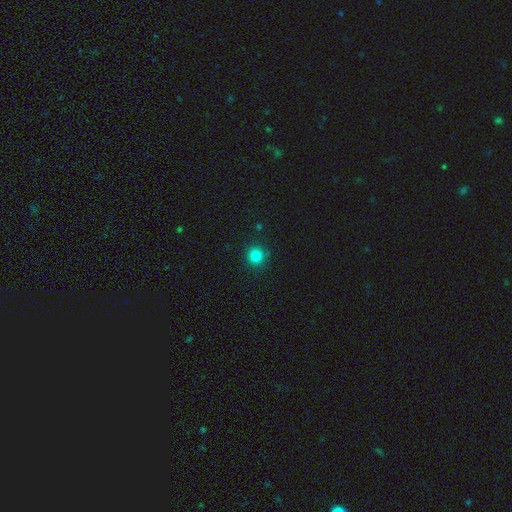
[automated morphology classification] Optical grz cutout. It shows a smooth galaxy with no disk features (82%) that is round (94%). Merging: none (92%).